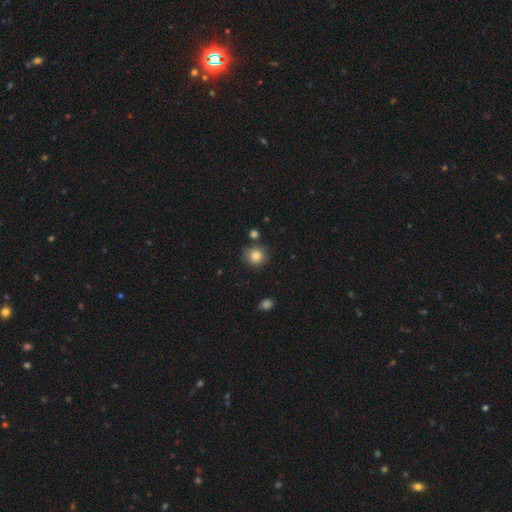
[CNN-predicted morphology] A smooth galaxy with no disk features (85%) that is round (89%).

Vote fractions:
- Smooth or featured? smooth: 85% / star or artifact: 10% / featured or disk: 5%
- How rounded? round: 89% / in between: 10% / cigar-shaped: 1%
- Merging? none: 80% / minor disturbance: 11% / merger: 6% / major disturbance: 3%